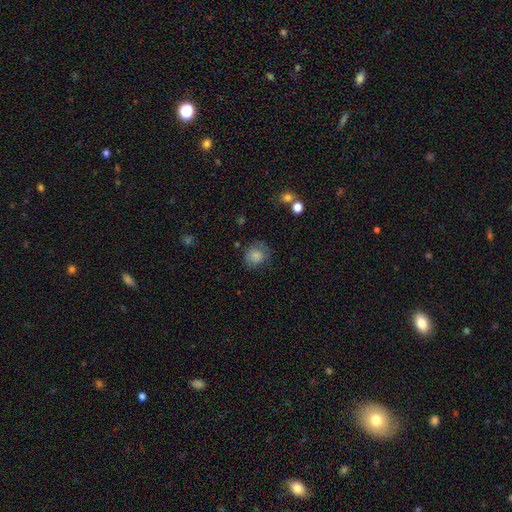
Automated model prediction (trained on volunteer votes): A smooth galaxy with no disk features (81%) that is round (82%). Merging: none (66%).